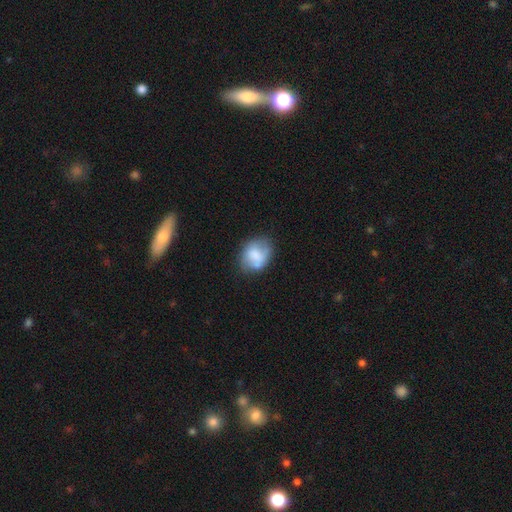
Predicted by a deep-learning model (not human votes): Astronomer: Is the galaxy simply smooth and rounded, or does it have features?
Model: smooth — 68%.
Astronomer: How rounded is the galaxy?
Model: in between — 53% (runner-up: round, 46%).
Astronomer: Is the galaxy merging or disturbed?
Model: none — 54% (runner-up: minor disturbance, 29%).